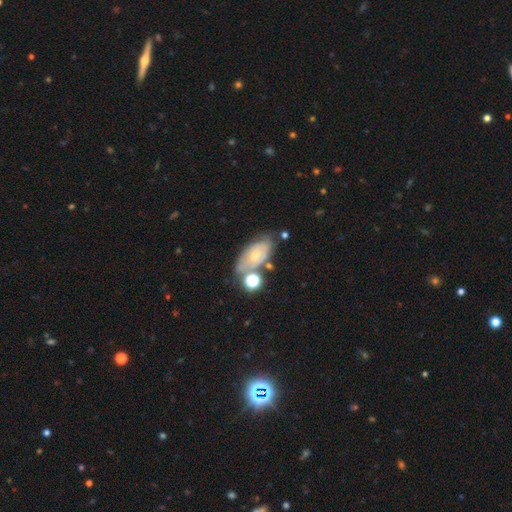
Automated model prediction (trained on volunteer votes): Smooth or featured? Predicted: featured or disk (p=0.51). Edge-on disk? Predicted: no (p=0.91). Merging? Predicted: none (p=0.53).